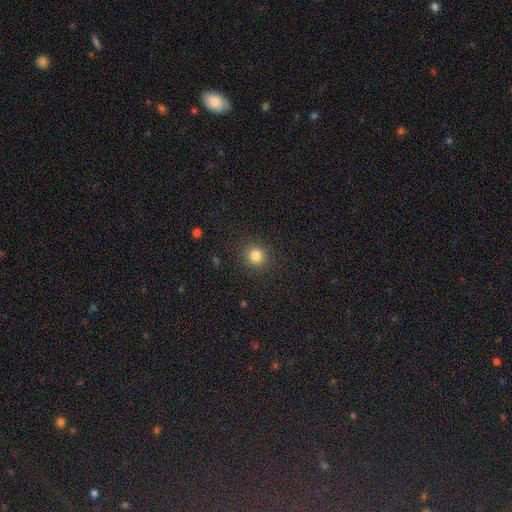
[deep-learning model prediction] A smooth galaxy with no disk features (83%) that is round (90%).

Vote fractions:
- Smooth or featured? smooth: 83% / star or artifact: 12% / featured or disk: 4%
- How rounded? round: 90% / in between: 9% / cigar-shaped: 1%
- Merging? none: 89% / minor disturbance: 7% / major disturbance: 3% / merger: 1%